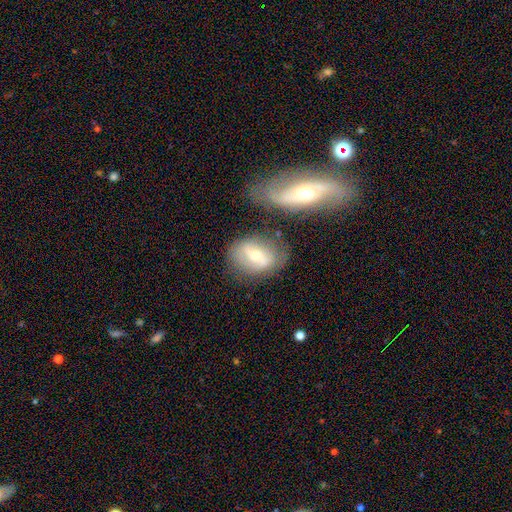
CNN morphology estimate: Smooth or featured? Predicted: featured or disk (p=0.58). Edge-on disk? Predicted: no (p=0.92). Bar? Predicted: weak (p=0.41). Spiral arms? Predicted: yes (p=0.67). Bulge size? Predicted: moderate (p=0.54). Merging? Predicted: none (p=0.63).